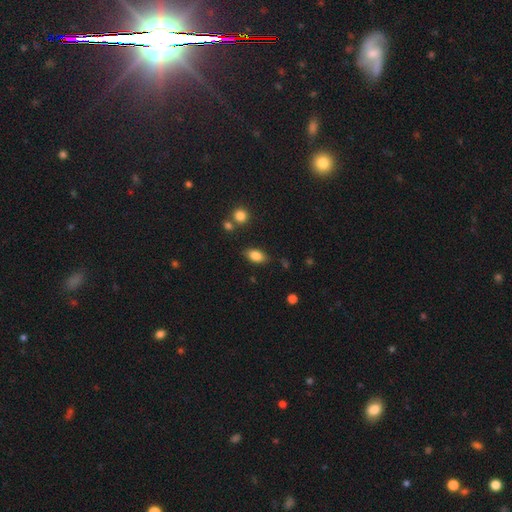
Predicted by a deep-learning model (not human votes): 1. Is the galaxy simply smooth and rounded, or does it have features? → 83% smooth, 9% featured or disk, 8% star or artifact.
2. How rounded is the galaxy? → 89% in between, 7% round, 4% cigar-shaped.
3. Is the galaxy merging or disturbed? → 80% none, 13% minor disturbance, 3% major disturbance, 3% merger.